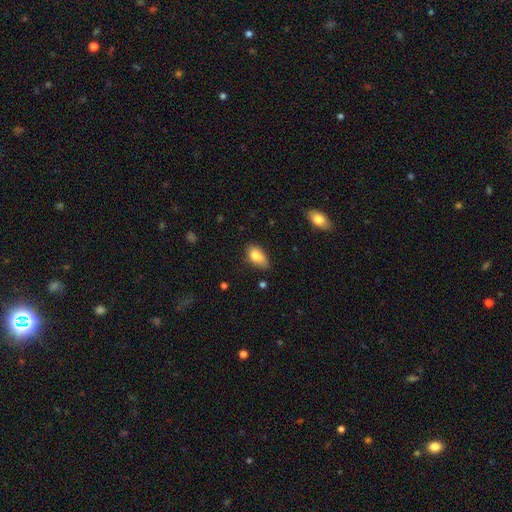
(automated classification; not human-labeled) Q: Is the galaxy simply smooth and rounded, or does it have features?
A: smooth — 82%.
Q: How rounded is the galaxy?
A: in between — 90%.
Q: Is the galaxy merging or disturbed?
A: none — 52%.